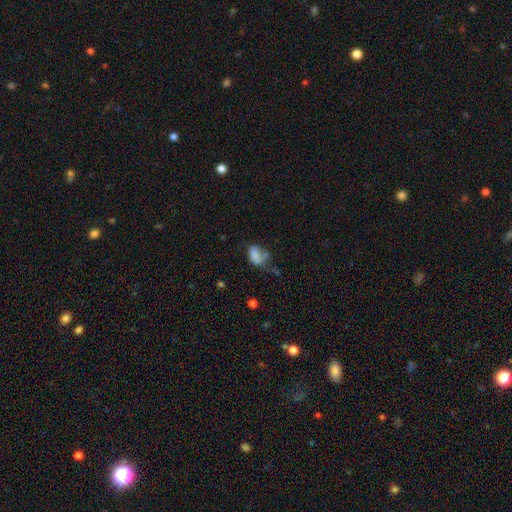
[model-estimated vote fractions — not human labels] This is likely a smooth galaxy (73%). How rounded: clearly in between (85%). Merging: marginally none (31%).